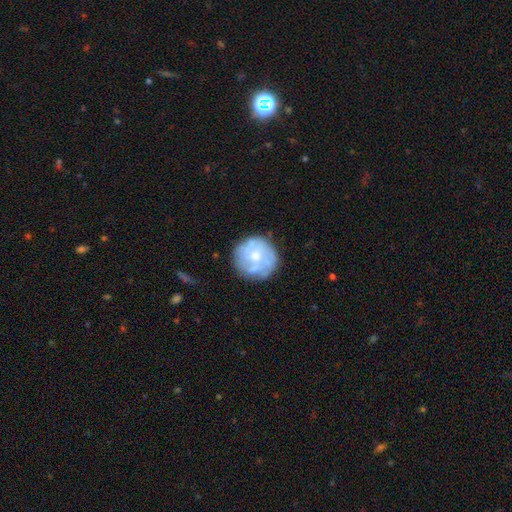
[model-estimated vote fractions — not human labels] A featured or disk galaxy (52%) with no bar (83%), no spiral arms (66%) and a moderate central bulge (53%). Merging: none (75%).